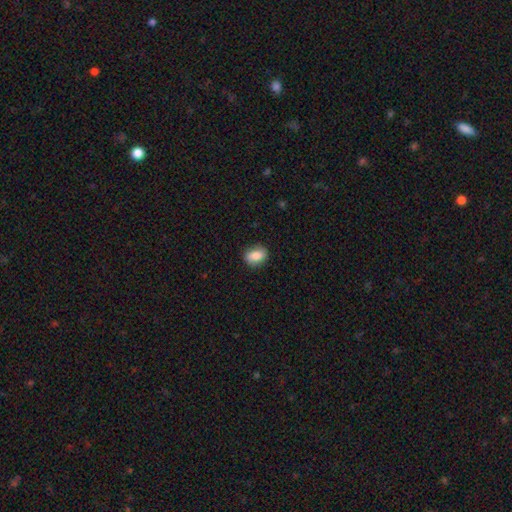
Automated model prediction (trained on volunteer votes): Smooth or featured? Predicted: smooth (p=0.82). How rounded? Predicted: in between (p=0.72). Merging? Predicted: none (p=0.83).